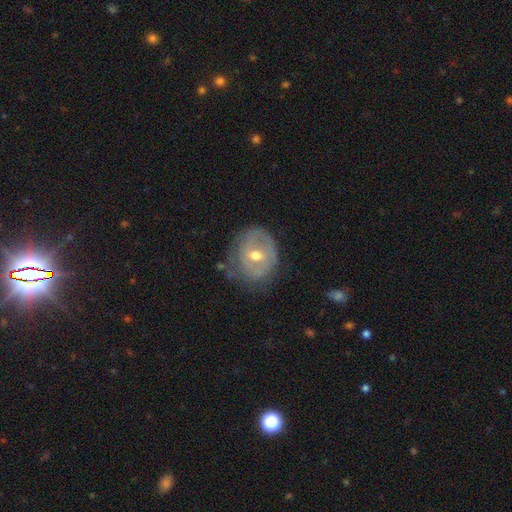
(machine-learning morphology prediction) featured or disk 65%, smooth 28%, star or artifact 7%. Down the decision tree: edge-on disk — no (96%); bar — no (45%); spiral arms — yes (53%); bulge size — moderate (76%); merging — none (59%).